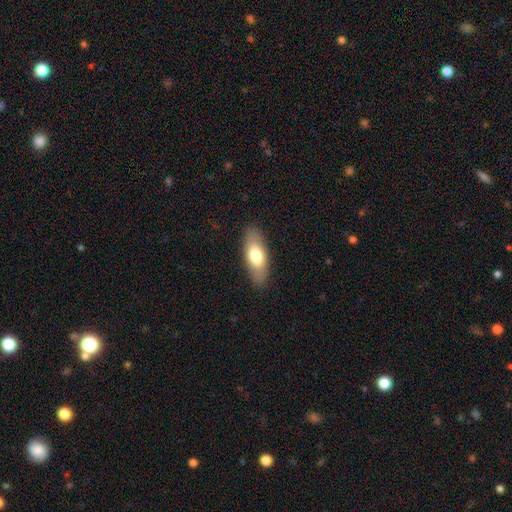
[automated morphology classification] A smooth galaxy with no disk features (71%) that is in between round and cigar-shaped (79%). Merging: none (86%).